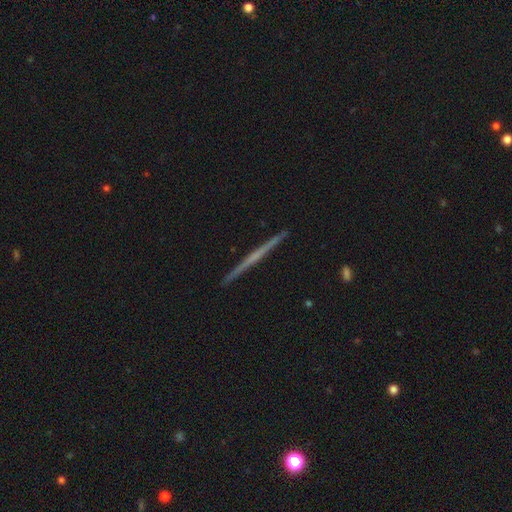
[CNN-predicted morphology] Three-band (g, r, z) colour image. It shows a featured or disk galaxy (66%) viewed edge-on (98%) with no central bulge (83%). Merging: none (93%).